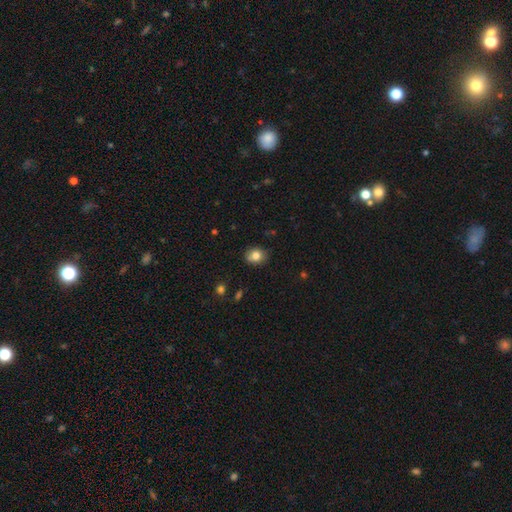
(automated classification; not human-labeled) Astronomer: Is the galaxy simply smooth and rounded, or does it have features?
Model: smooth — 81%.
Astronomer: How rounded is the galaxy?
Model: round — 64%.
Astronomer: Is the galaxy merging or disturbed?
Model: none — 81%.